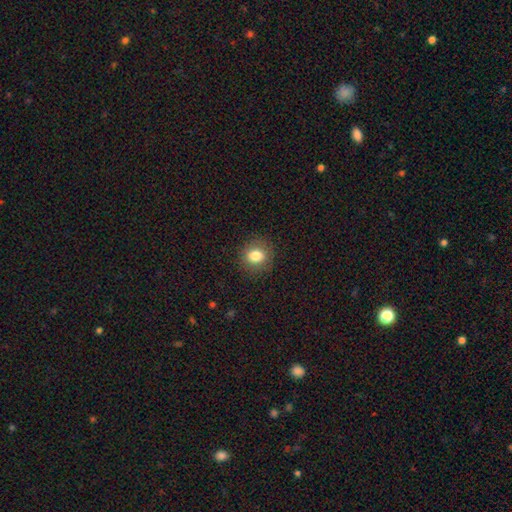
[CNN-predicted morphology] smooth 81%, star or artifact 10%, featured or disk 8%. Down the decision tree: how rounded — round (74%); merging — none (87%).